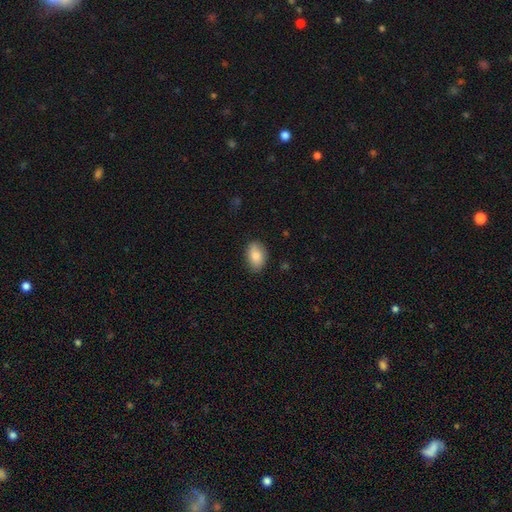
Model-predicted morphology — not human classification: A smooth galaxy with no disk features (84%) that is in between round and cigar-shaped (88%). Merging: none (82%).